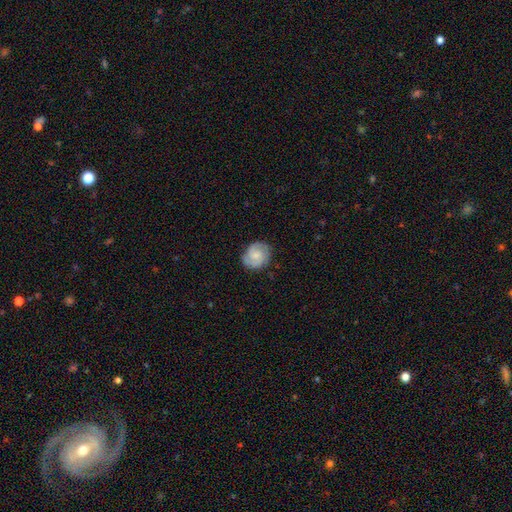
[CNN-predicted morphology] Smooth or featured: featured or disk — 63% (smooth — 31%)
Edge-on disk: no — 98% (yes — 2%)
Bar: no — 57% (weak — 37%)
Spiral arms: yes — 94% (no — 6%)
Spiral winding: tight — 49% (medium — 41%)
Spiral arm count: 2 — 78% (can't tell — 10%)
Bulge size: small — 45% (moderate — 35%)
Merging: none — 81% (minor disturbance — 15%)